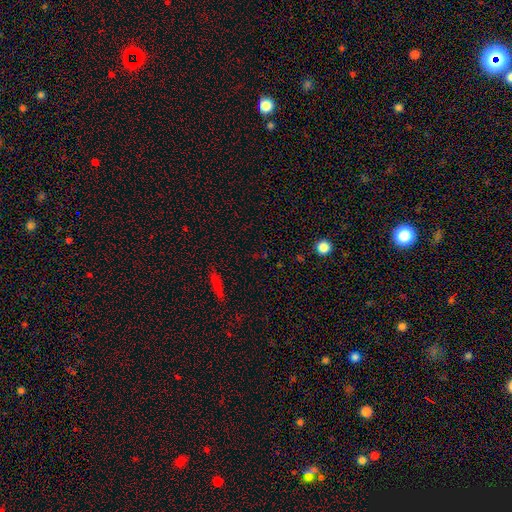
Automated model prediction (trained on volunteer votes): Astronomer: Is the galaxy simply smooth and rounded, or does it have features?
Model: star or artifact — 53% (runner-up: smooth, 38%).